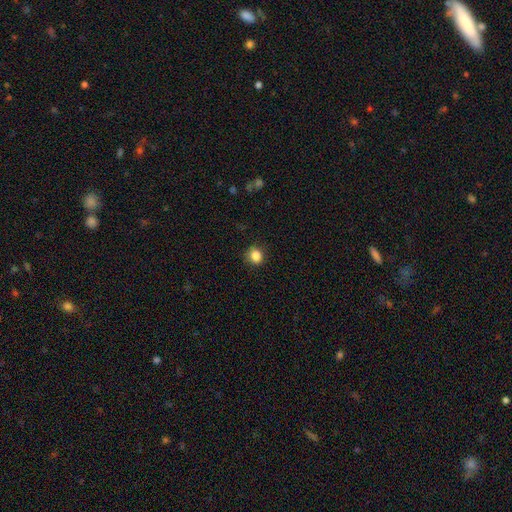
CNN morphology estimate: This is clearly a smooth galaxy (85%). How rounded: likely round (73%). Merging: clearly none (86%).